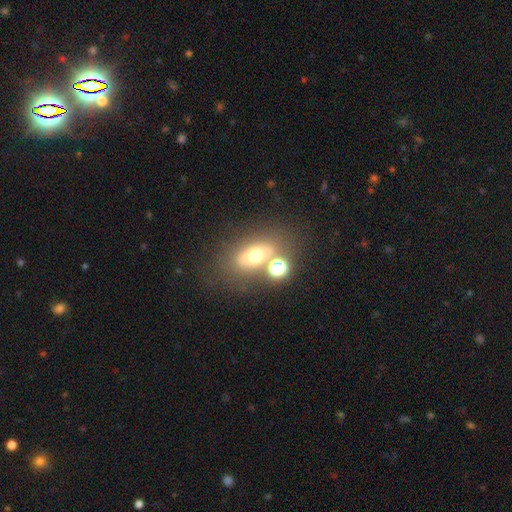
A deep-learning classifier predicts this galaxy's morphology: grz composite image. It shows a smooth galaxy with no disk features (57%) that is in between round and cigar-shaped (68%). Merging: none (55%).